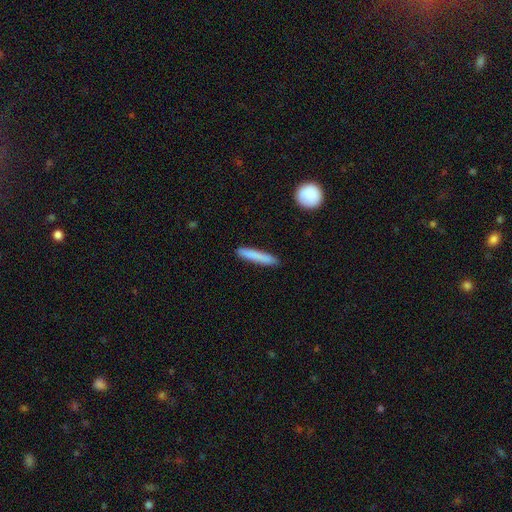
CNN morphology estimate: type=smooth (81%); roundness=cigar-shaped (94%); merging=none (89%).